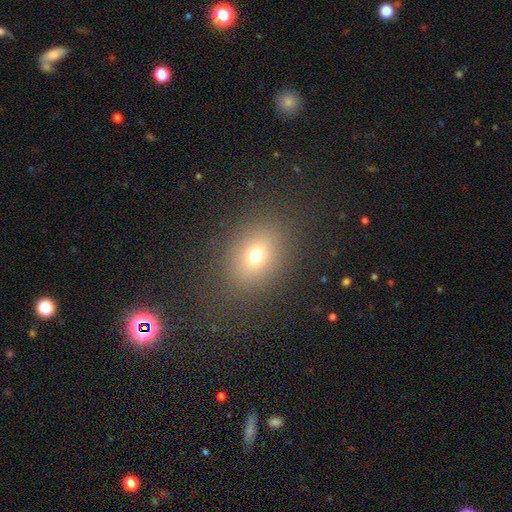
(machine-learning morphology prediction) Smooth or featured?
  - smooth: 70% *
  - star or artifact: 17%
  - featured or disk: 13%
How rounded?
  - in between: 59% *
  - round: 39%
  - cigar-shaped: 2%
Merging?
  - none: 82% *
  - minor disturbance: 10%
  - major disturbance: 7%
  - merger: 1%